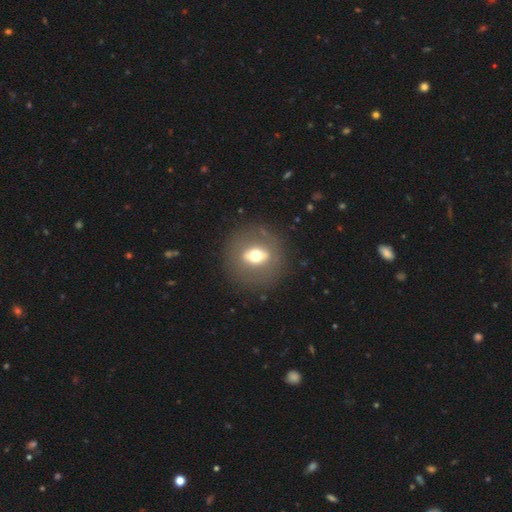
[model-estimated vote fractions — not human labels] The model was most divided on "smooth or featured": featured or disk: 51%, smooth: 39%, star or artifact: 10%. More confident: merging — none (84%); edge-on disk — no (73%).